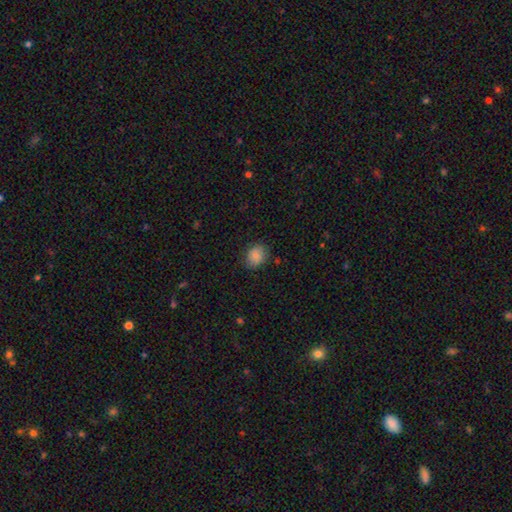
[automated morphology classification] Smooth or featured? smooth (85%)
How rounded? round (55%)
Merging? none (80%)